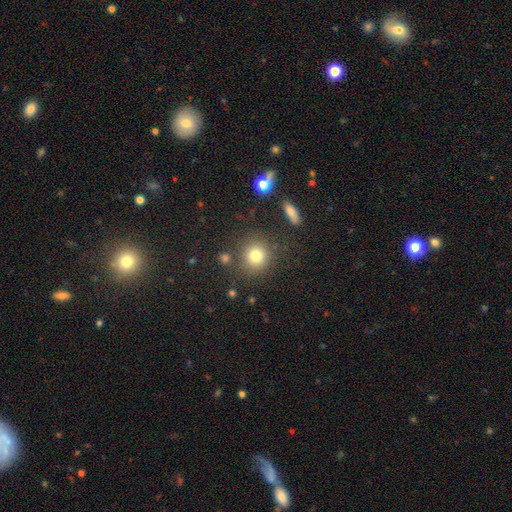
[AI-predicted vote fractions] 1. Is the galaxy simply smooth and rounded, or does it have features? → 79% smooth, 13% star or artifact, 8% featured or disk.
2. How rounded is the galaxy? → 87% round, 12% in between, 1% cigar-shaped.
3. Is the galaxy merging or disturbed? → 81% none, 9% minor disturbance, 5% merger, 4% major disturbance.